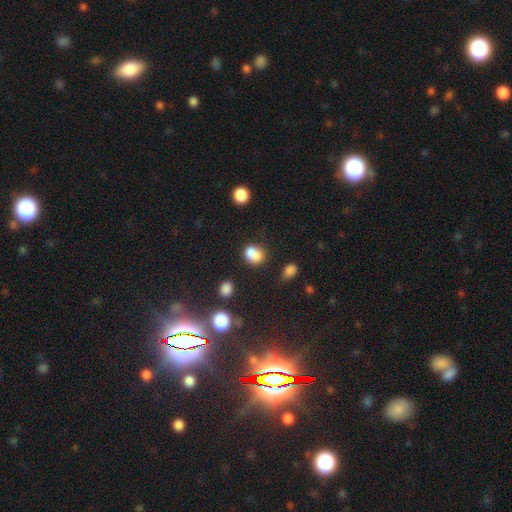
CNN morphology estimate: Smooth or featured?
  - smooth: 78% *
  - star or artifact: 12%
  - featured or disk: 10%
How rounded?
  - round: 56% *
  - in between: 43%
  - cigar-shaped: 1%
Merging?
  - none: 45% *
  - merger: 29%
  - minor disturbance: 18%
  - major disturbance: 8%